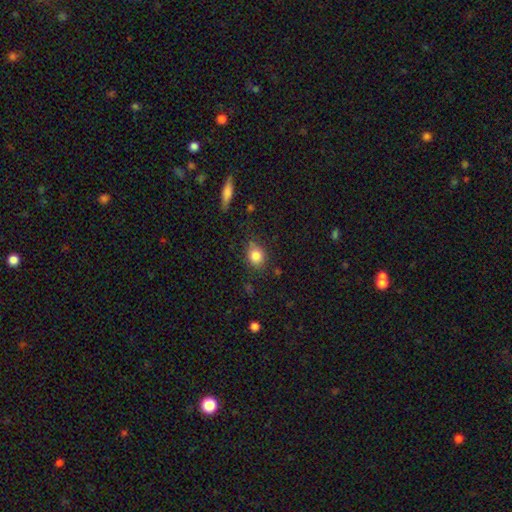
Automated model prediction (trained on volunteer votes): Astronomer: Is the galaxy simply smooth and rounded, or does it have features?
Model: smooth — 83%.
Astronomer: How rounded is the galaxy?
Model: round — 56% (runner-up: in between, 42%).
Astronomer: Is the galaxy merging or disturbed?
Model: none — 72%.